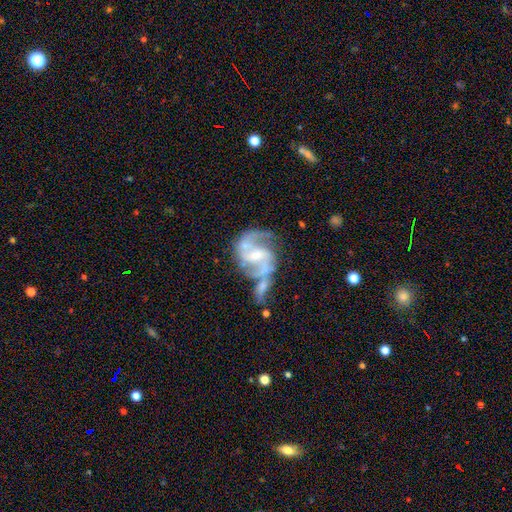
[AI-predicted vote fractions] A featured or disk galaxy (89%) with a weak bar (48%), 2 (86%) medium (56%) spiral arms (96%) and a small central bulge (47%). Merging: none (39%).